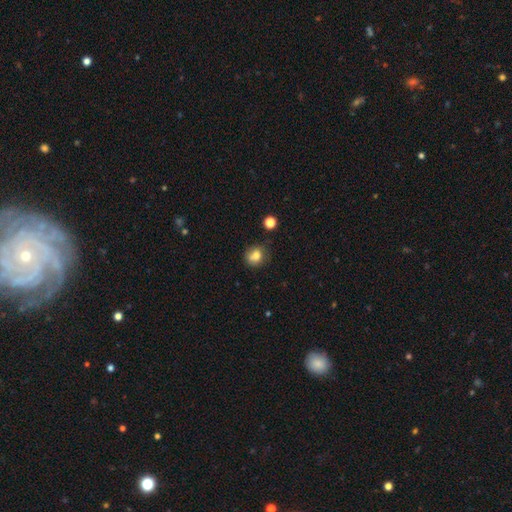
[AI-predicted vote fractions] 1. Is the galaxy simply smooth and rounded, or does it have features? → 76% smooth, 12% featured or disk, 12% star or artifact.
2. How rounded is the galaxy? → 72% round, 27% in between, 1% cigar-shaped.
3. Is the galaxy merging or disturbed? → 59% none, 20% minor disturbance, 15% merger, 6% major disturbance.